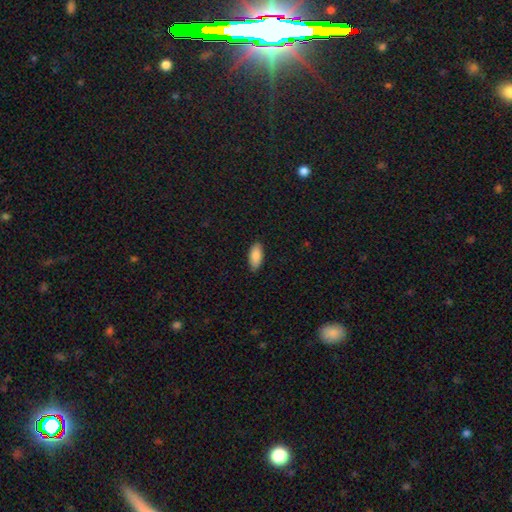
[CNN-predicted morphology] This appears to be a smooth galaxy with no disk features (89%) that is in between round and cigar-shaped (89%). Merging: none (88%).